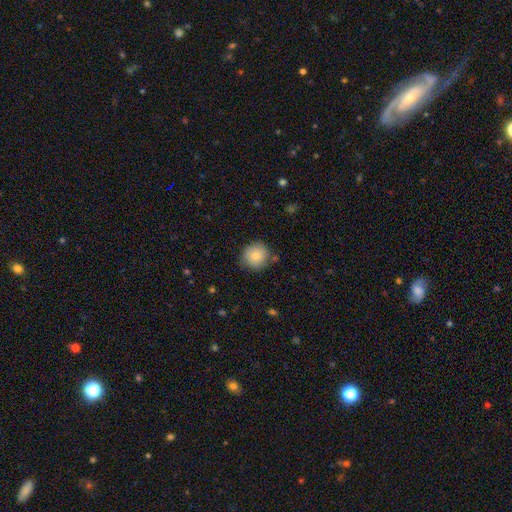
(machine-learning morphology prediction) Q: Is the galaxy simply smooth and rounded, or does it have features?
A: smooth — 81%.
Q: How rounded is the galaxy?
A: round — 92%.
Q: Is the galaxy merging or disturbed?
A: none — 81%.